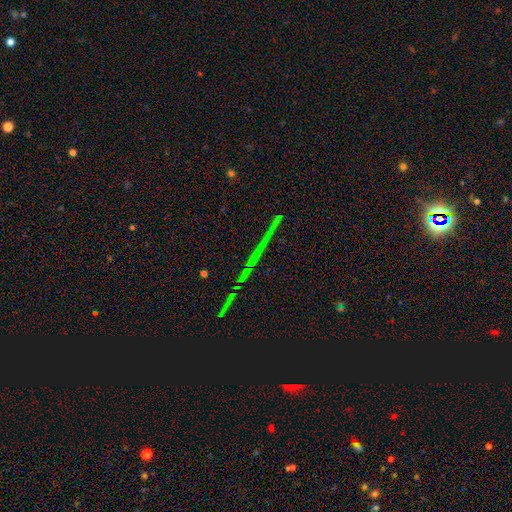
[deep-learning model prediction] Morphology: type=star or artifact (79%).